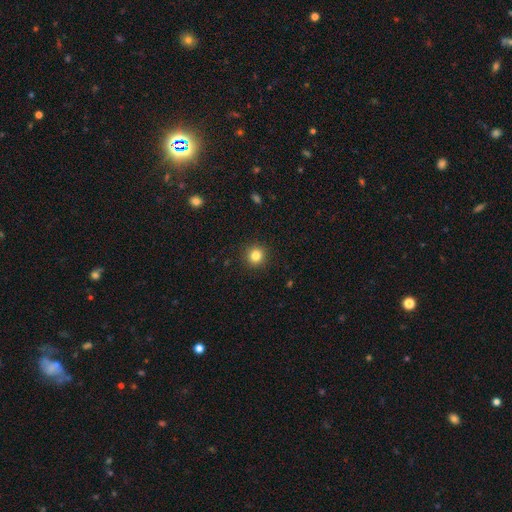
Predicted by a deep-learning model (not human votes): Smooth or featured?
  - smooth: 83% *
  - star or artifact: 12%
  - featured or disk: 5%
How rounded?
  - round: 93% *
  - in between: 6%
  - cigar-shaped: 1%
Merging?
  - none: 92% *
  - minor disturbance: 5%
  - major disturbance: 2%
  - merger: 1%